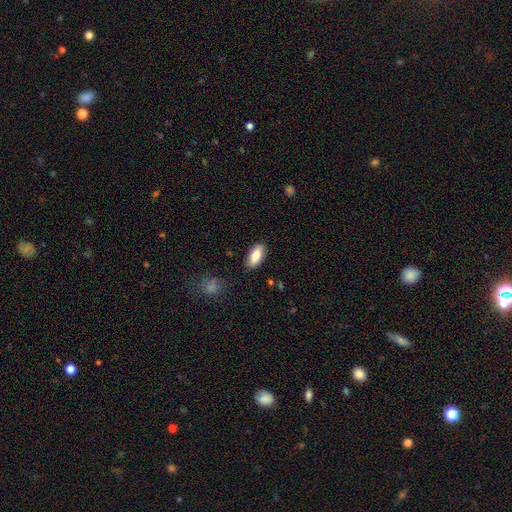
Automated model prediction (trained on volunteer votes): smooth-or-featured: smooth: 79% | featured or disk: 15% | star or artifact: 7%
  how-rounded: in between: 86% | cigar-shaped: 11% | round: 3%
  merging: none: 87% | minor disturbance: 10% | major disturbance: 2% | merger: 1%